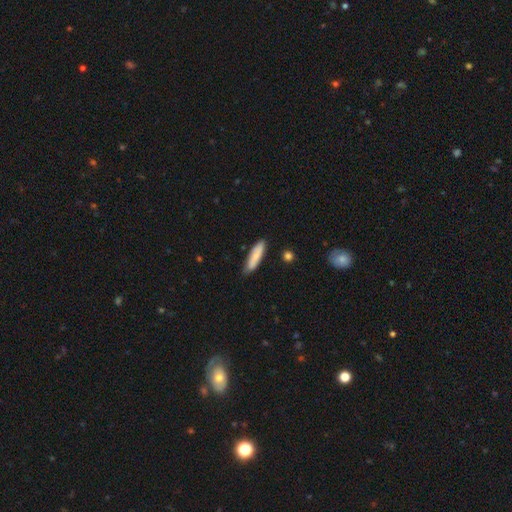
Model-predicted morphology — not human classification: This appears to be a smooth galaxy with no disk features (80%) that is cigar-shaped (68%). Merging: none (80%).